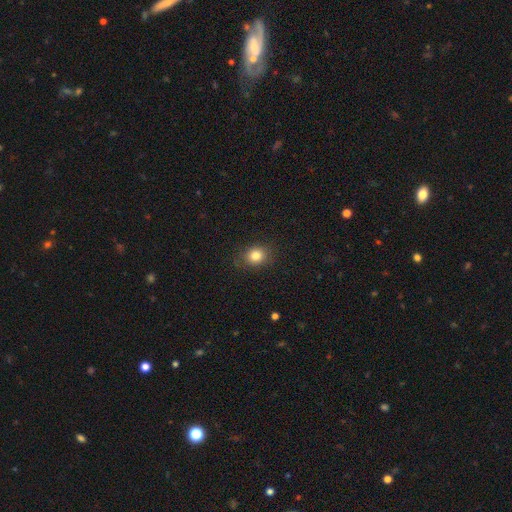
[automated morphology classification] Smooth or featured? smooth (82%)
How rounded? round (63%)
Merging? none (84%)